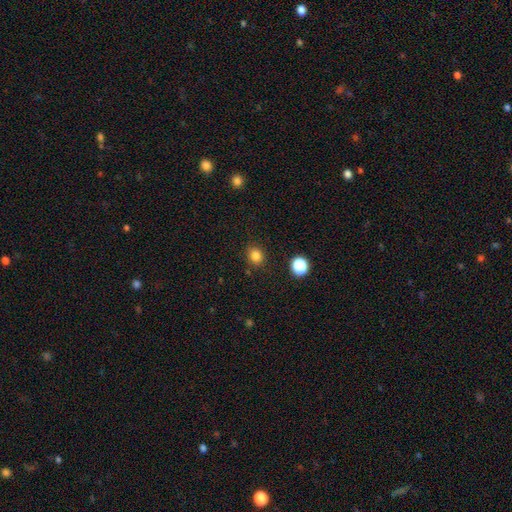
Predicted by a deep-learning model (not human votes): smooth 82%, star or artifact 13%, featured or disk 5%. Down the decision tree: how rounded — round (74%); merging — none (86%).